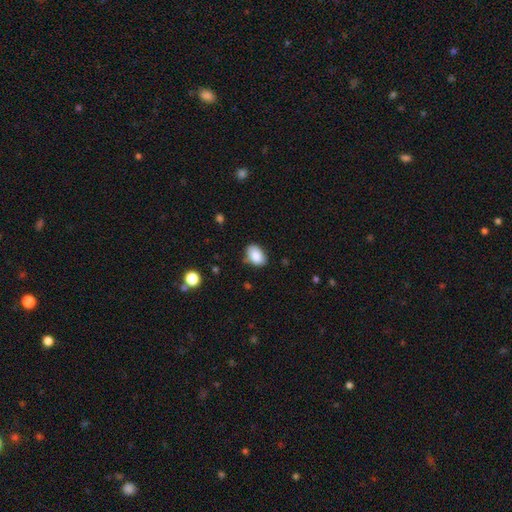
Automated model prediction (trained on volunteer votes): Smooth or featured?
  - smooth: 88% *
  - star or artifact: 8%
  - featured or disk: 5%
How rounded?
  - in between: 87% *
  - round: 12%
  - cigar-shaped: 1%
Merging?
  - none: 77% *
  - minor disturbance: 17%
  - major disturbance: 3%
  - merger: 2%